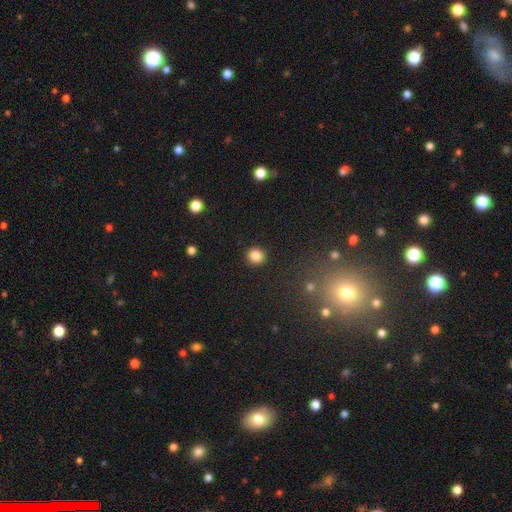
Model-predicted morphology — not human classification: This appears to be a smooth galaxy with no disk features (85%) that is round (92%). Merging: none (92%).